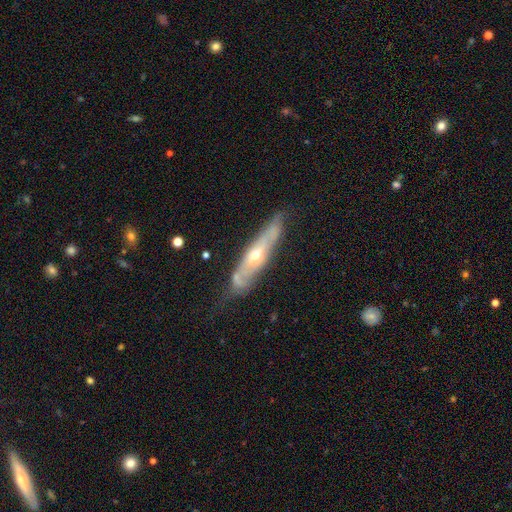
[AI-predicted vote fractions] Morphology: type=featured or disk (69%); edge-on=no (51%); merging=none (64%).